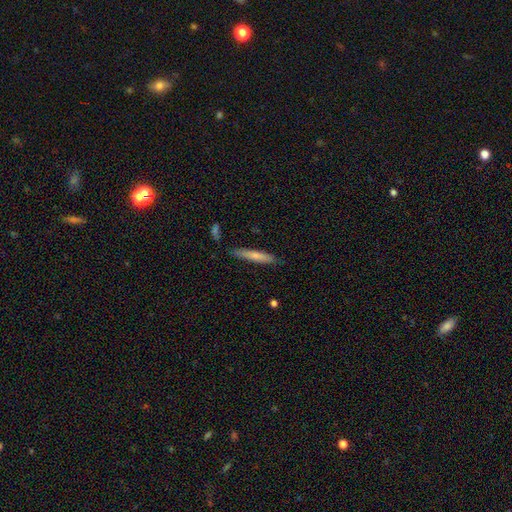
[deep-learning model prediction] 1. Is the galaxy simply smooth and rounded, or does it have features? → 69% smooth, 25% featured or disk, 6% star or artifact.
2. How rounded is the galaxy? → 92% cigar-shaped, 7% in between, 1% round.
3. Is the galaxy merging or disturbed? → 84% none, 12% minor disturbance, 2% merger, 2% major disturbance.